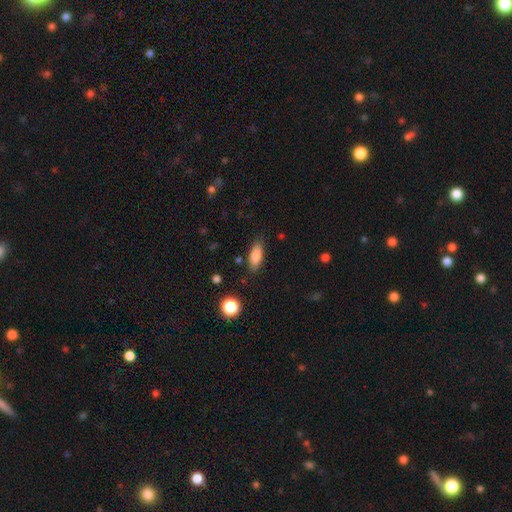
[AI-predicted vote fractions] Smooth or featured: smooth — 84% (featured or disk — 8%)
How rounded: in between — 74% (cigar-shaped — 23%)
Merging: none — 83% (minor disturbance — 13%)